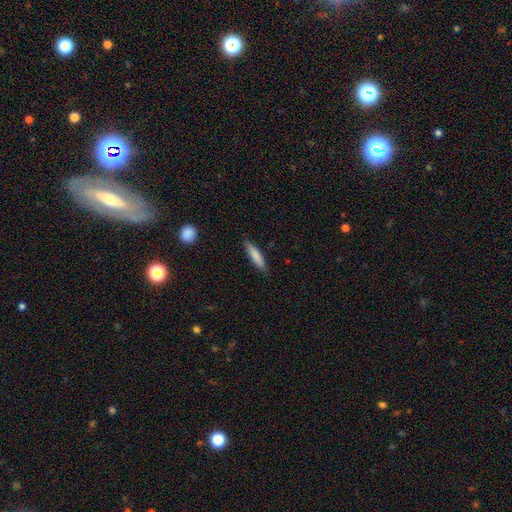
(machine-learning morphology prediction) A smooth galaxy with no disk features (82%) that is cigar-shaped (78%). Merging: none (85%).